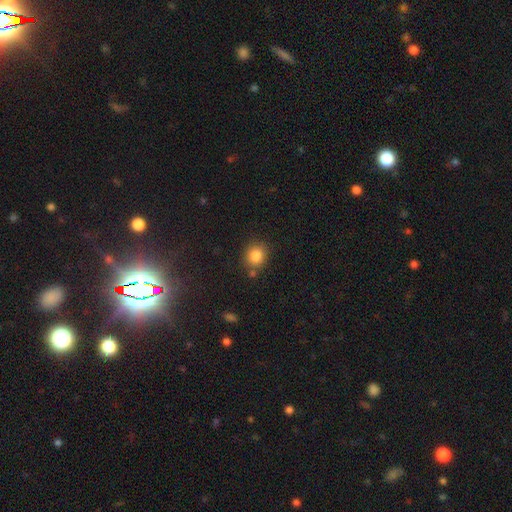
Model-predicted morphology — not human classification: This appears to be a smooth galaxy with no disk features (84%) that is round (78%). Merging: none (77%).